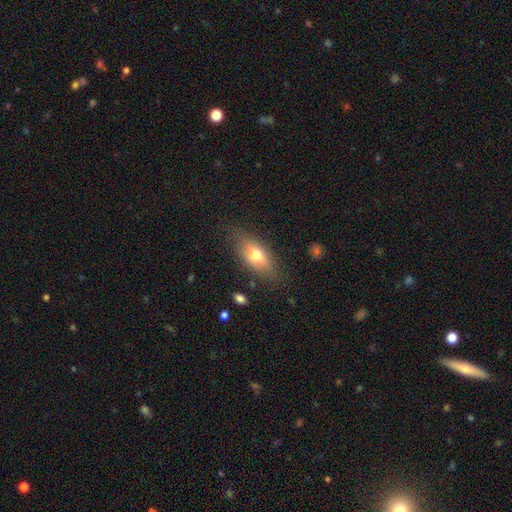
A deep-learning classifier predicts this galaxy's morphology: Overall: smooth (65%; featured or disk 27%). How rounded: in between (78%). Merging: none (76%).